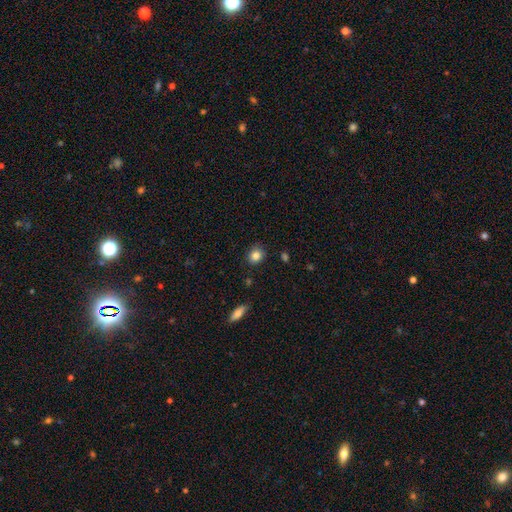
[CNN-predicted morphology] A smooth galaxy with no disk features (84%) that is round (66%).

Vote fractions:
- Smooth or featured? smooth: 84% / star or artifact: 10% / featured or disk: 7%
- How rounded? round: 66% / in between: 33% / cigar-shaped: 1%
- Merging? none: 85% / minor disturbance: 11% / major disturbance: 2% / merger: 2%